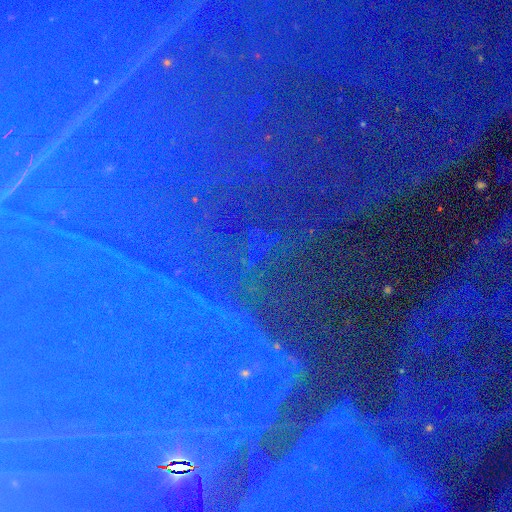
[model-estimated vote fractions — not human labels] star or artifact 86%, featured or disk 8%, smooth 7%.